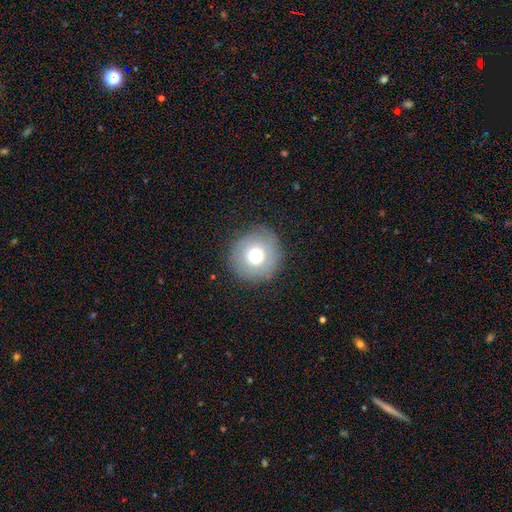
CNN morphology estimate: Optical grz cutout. It shows a smooth galaxy with no disk features (69%) that is round (94%). Merging: none (86%).